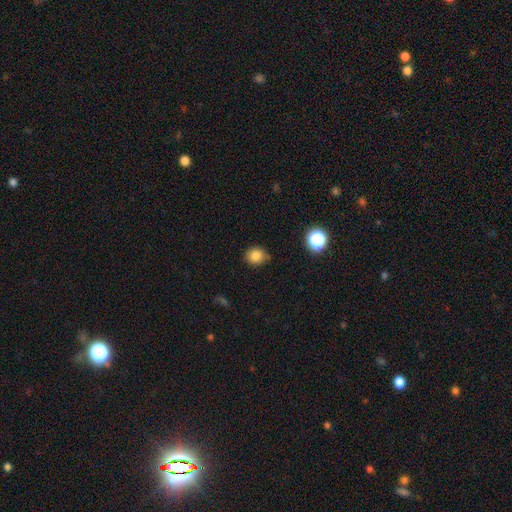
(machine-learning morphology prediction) Smooth or featured: smooth — 83% (star or artifact — 12%)
How rounded: round — 72% (in between — 27%)
Merging: none — 77% (minor disturbance — 18%)